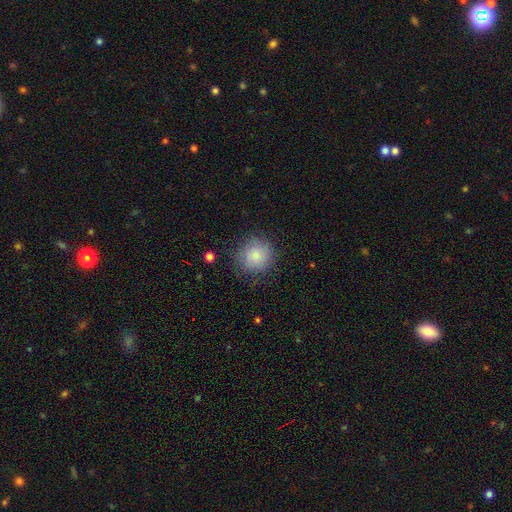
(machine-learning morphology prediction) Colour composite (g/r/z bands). It shows a smooth galaxy with no disk features (81%) that is round (90%). Merging: none (80%).